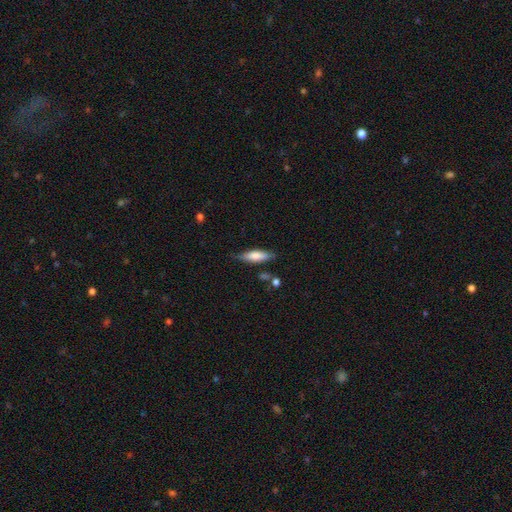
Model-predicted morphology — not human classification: Smooth or featured?
  - smooth: 68% *
  - featured or disk: 26%
  - star or artifact: 6%
How rounded?
  - cigar-shaped: 53% *
  - in between: 45%
  - round: 2%
Merging?
  - none: 72% *
  - minor disturbance: 20%
  - major disturbance: 4%
  - merger: 3%